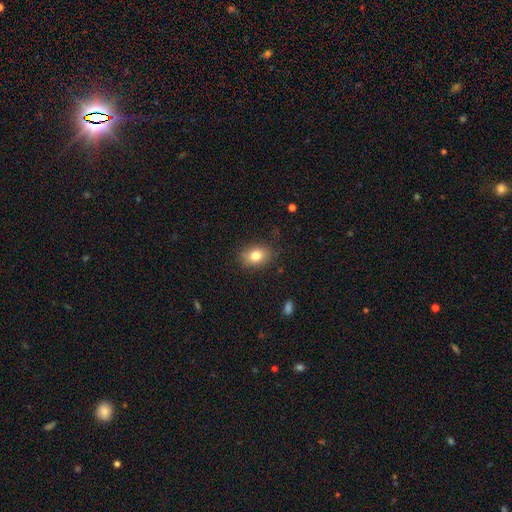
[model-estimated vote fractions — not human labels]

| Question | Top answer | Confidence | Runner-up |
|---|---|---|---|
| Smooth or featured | smooth | 80% | featured or disk (11%) |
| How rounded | in between | 68% | round (30%) |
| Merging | none | 81% | minor disturbance (15%) |